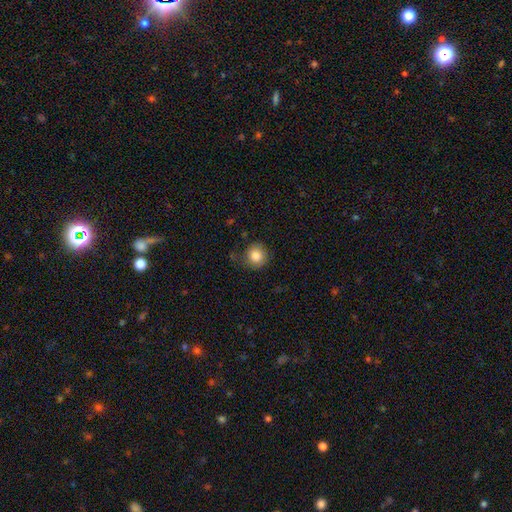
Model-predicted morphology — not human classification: Q: Smooth or featured?
A: smooth (85%); runner-up: star or artifact (9%)
Q: How rounded?
A: round (91%); runner-up: in between (8%)
Q: Merging?
A: none (74%); runner-up: minor disturbance (18%)